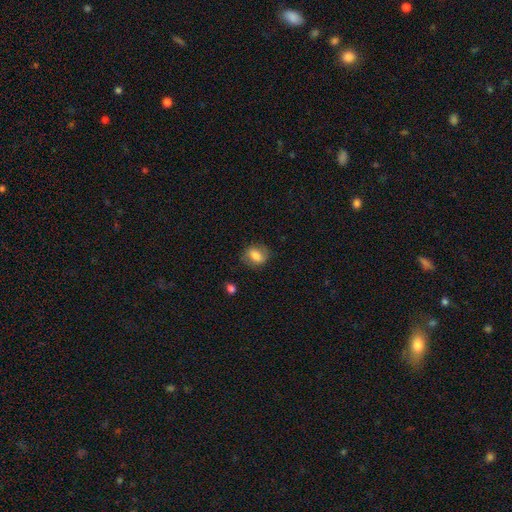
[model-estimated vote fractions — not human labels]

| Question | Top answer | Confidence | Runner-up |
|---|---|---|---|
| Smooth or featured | smooth | 76% | featured or disk (16%) |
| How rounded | in between | 63% | round (35%) |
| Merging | none | 75% | minor disturbance (17%) |